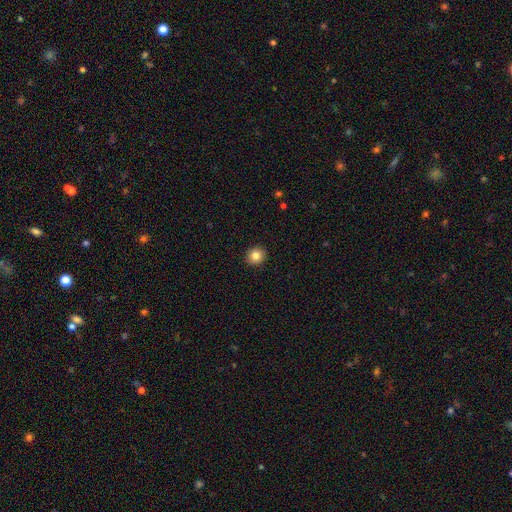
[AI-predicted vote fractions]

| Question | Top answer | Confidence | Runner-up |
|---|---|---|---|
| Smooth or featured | smooth | 84% | star or artifact (10%) |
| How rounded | round | 88% | in between (11%) |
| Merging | none | 93% | minor disturbance (5%) |